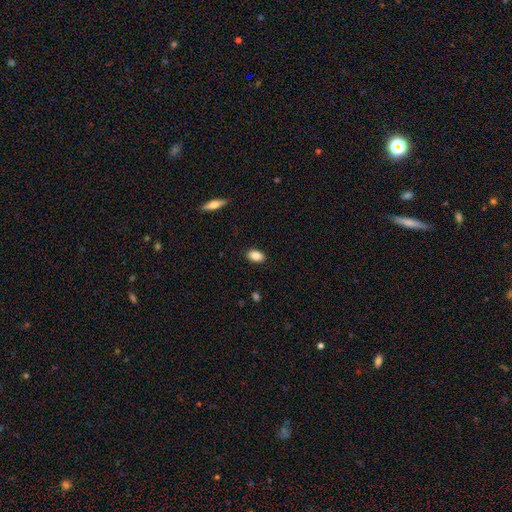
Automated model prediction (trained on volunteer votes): Morphology: type=smooth (87%); roundness=in between (90%); merging=none (88%).